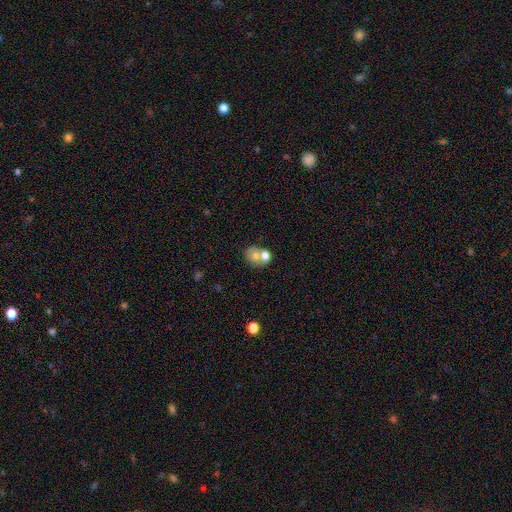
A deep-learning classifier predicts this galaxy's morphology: Smooth or featured? smooth (64%)
How rounded? round (60%)
Merging? merger (49%)